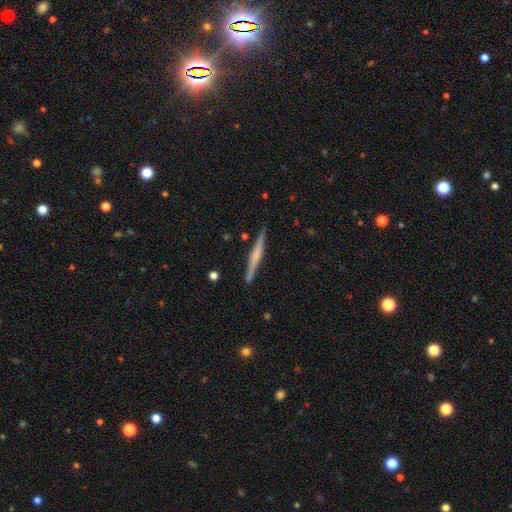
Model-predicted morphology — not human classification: Smooth or featured? Predicted: featured or disk (p=0.61). Edge-on disk? Predicted: yes (p=0.98). Edge-on bulge? Predicted: rounded (p=0.42). Merging? Predicted: none (p=0.90).